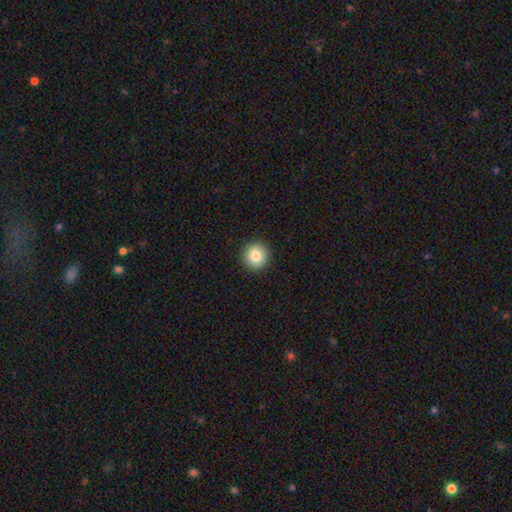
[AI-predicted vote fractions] Overall: smooth (85%). How rounded: round (93%). Merging: none (92%).